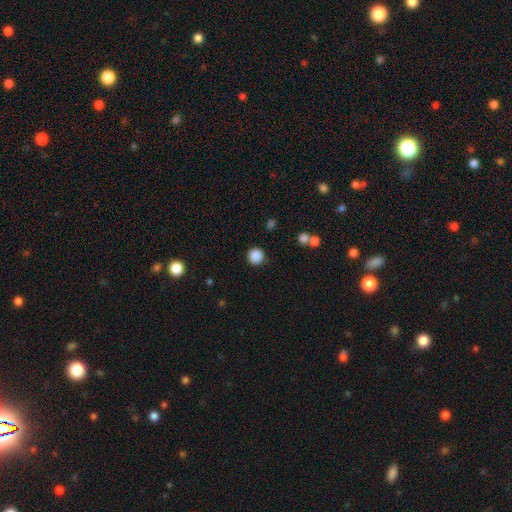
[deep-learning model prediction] Morphology: type=smooth (87%); roundness=round (95%); merging=none (89%).